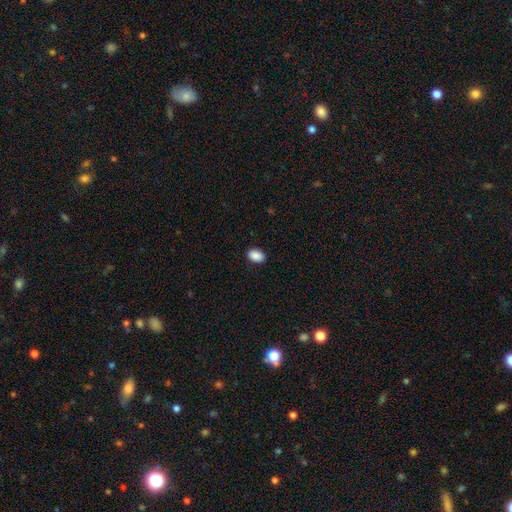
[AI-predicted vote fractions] smooth 90%, star or artifact 8%, featured or disk 3%. Down the decision tree: how rounded — in between (86%); merging — none (89%).